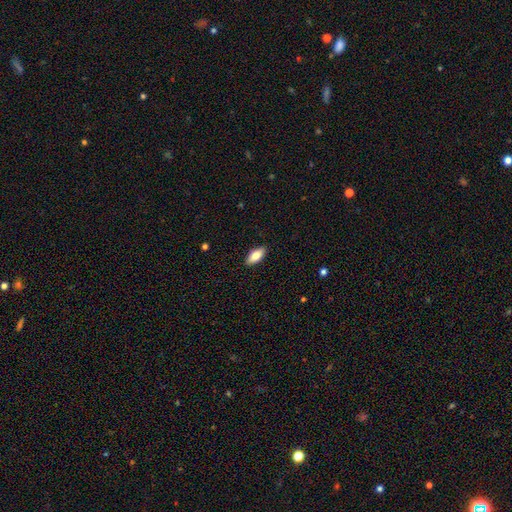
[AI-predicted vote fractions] Q: Smooth or featured?
A: smooth (76%); runner-up: featured or disk (17%)
Q: How rounded?
A: in between (86%); runner-up: cigar-shaped (12%)
Q: Merging?
A: none (90%); runner-up: minor disturbance (8%)